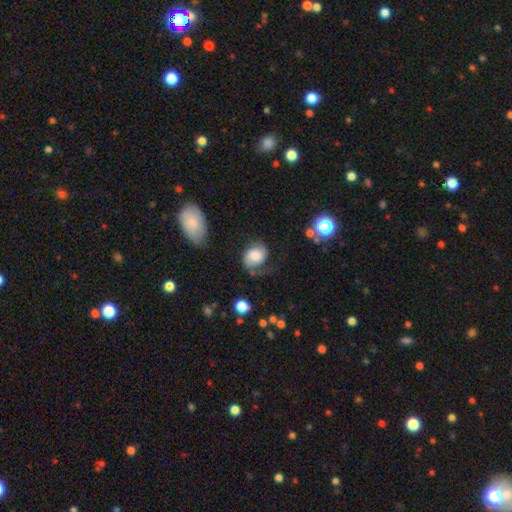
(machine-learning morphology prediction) type=featured or disk (52%); edge-on=no (97%); bar=no (63%); spiral arms=yes (89%); bulge=large (34%); merging=none (44%).